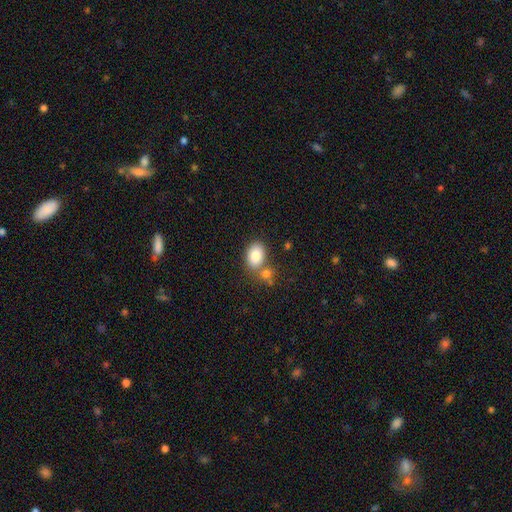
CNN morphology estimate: Smooth or featured?
  - smooth: 83% *
  - featured or disk: 9%
  - star or artifact: 8%
How rounded?
  - in between: 82% *
  - round: 17%
  - cigar-shaped: 1%
Merging?
  - none: 60% *
  - merger: 25%
  - minor disturbance: 12%
  - major disturbance: 3%